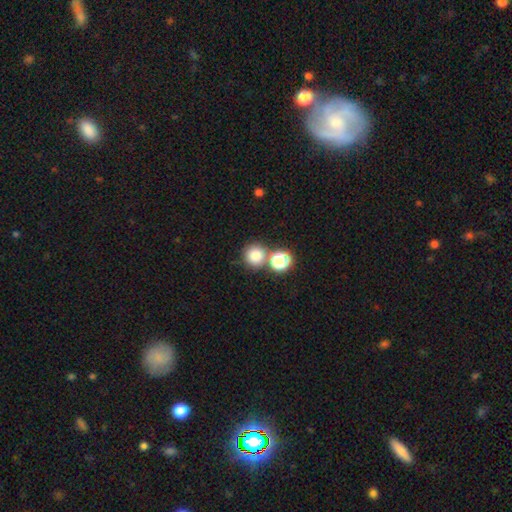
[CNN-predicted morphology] This is likely a smooth galaxy (79%). How rounded: clearly round (91%). Merging: likely none (65%).